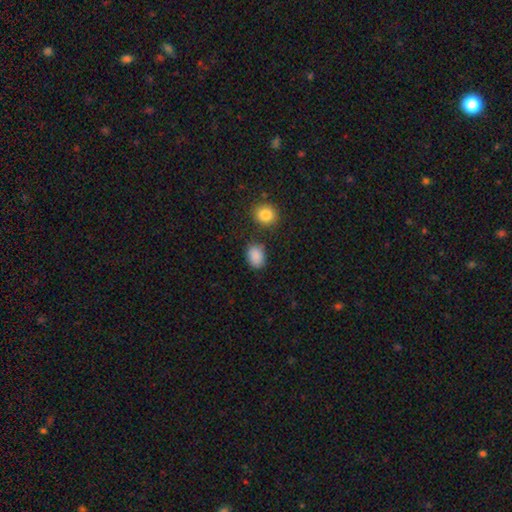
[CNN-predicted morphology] A smooth galaxy with no disk features (88%) that is in between round and cigar-shaped (68%). Merging: none (76%).